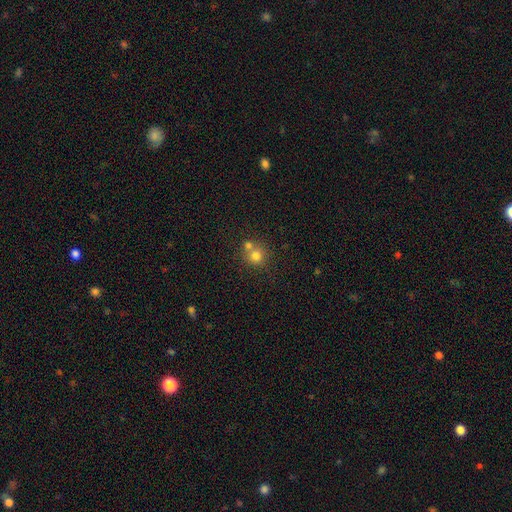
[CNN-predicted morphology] Overall: smooth (75%). How rounded: round (89%). Merging: none (49%; merger 42%).